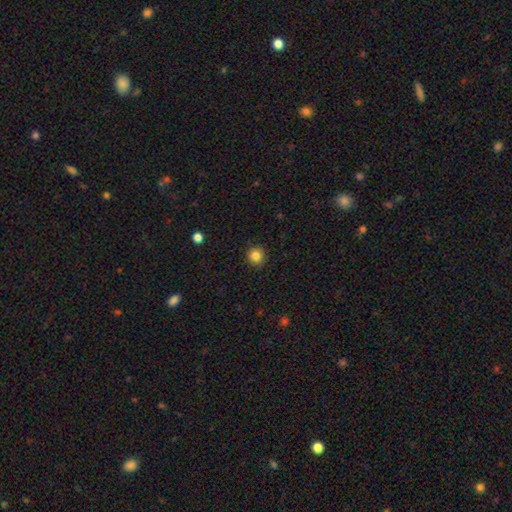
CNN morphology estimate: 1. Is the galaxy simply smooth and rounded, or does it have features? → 84% smooth, 11% star or artifact, 5% featured or disk.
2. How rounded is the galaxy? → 93% round, 6% in between, 1% cigar-shaped.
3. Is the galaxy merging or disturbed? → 91% none, 6% minor disturbance, 2% major disturbance, 1% merger.